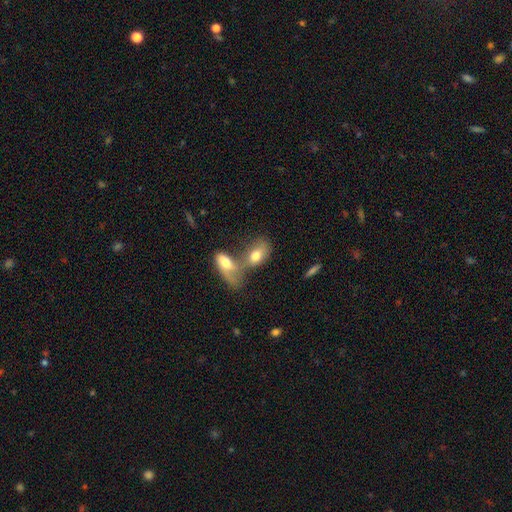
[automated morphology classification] Smooth or featured? smooth (69%)
How rounded? in between (87%)
Merging? merger (68%)